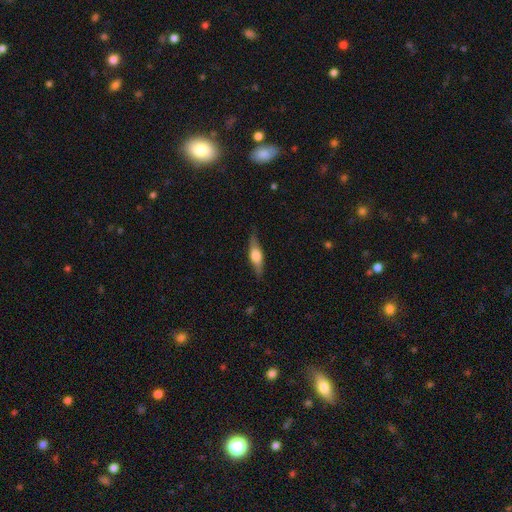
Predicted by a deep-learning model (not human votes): Morphology: type=featured or disk (48%); merging=none (82%).